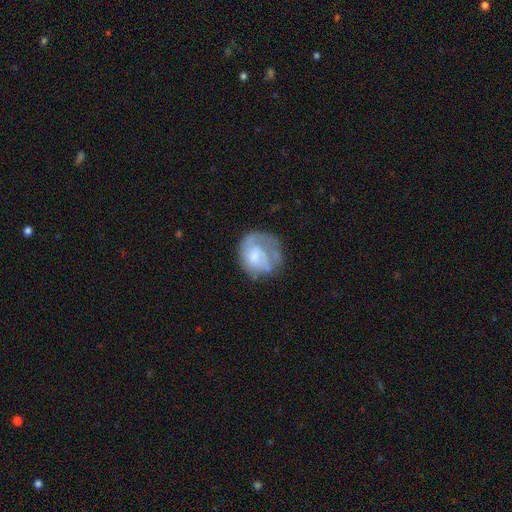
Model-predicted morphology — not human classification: smooth-or-featured: featured or disk: 48% | smooth: 44% | star or artifact: 7%
  merging: none: 40% | major disturbance: 30% | minor disturbance: 26% | merger: 4%